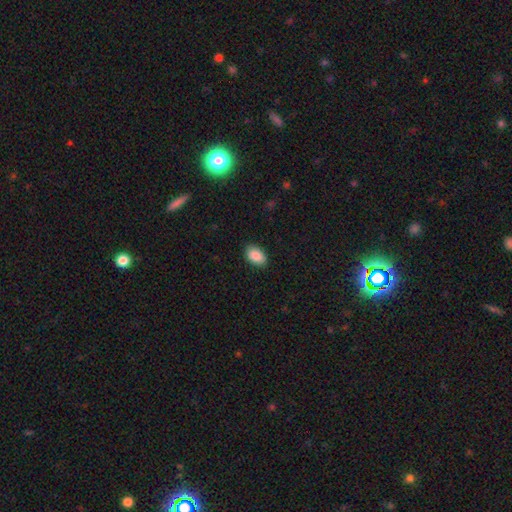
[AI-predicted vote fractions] Smooth or featured?
  - smooth: 89% *
  - star or artifact: 7%
  - featured or disk: 4%
How rounded?
  - in between: 92% *
  - round: 7%
  - cigar-shaped: 1%
Merging?
  - none: 87% *
  - minor disturbance: 10%
  - major disturbance: 2%
  - merger: 1%